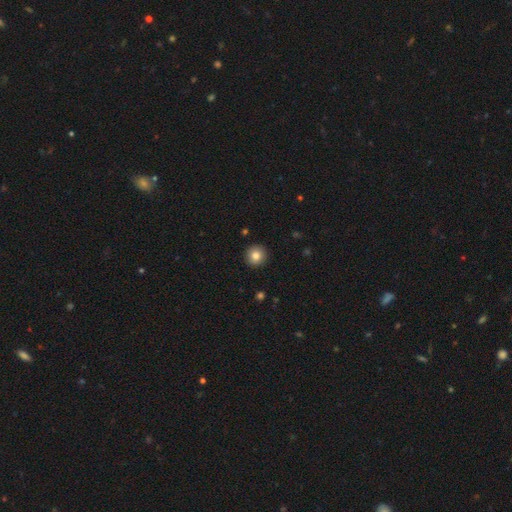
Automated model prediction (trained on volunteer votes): The model was most divided on "smooth or featured": smooth: 84%, star or artifact: 10%, featured or disk: 6%. More confident: how rounded — round (95%); merging — none (93%).